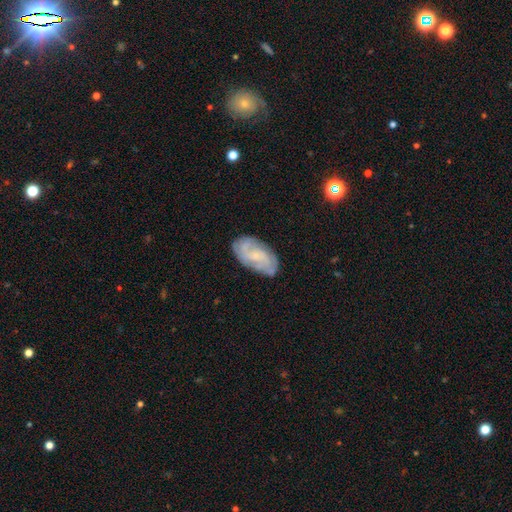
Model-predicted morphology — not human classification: The model was most divided on "spiral arm count": can't tell: 34%, 2: 27%, 3: 20%, 4: 10%, more than 4: 5%, 1: 5%. Remaining: edge-on disk — no (96%); spiral arms — yes (91%); merging — none (77%); smooth or featured — featured or disk (70%); bulge size — small (66%); bar — no (61%); spiral winding — tight (47%).